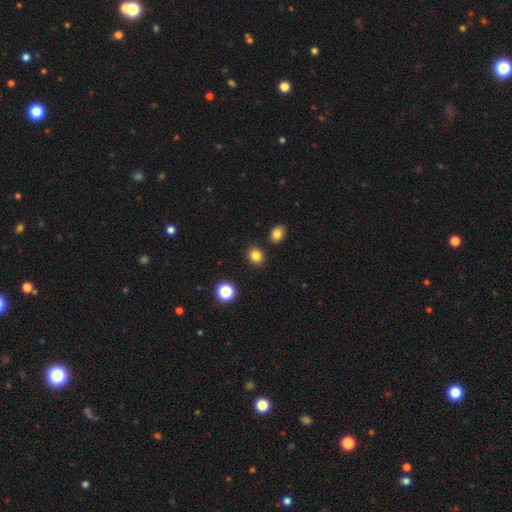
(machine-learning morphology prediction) smooth-or-featured: smooth: 83% | star or artifact: 12% | featured or disk: 5%
  how-rounded: round: 67% | in between: 32% | cigar-shaped: 1%
  merging: none: 87% | minor disturbance: 7% | merger: 4% | major disturbance: 2%